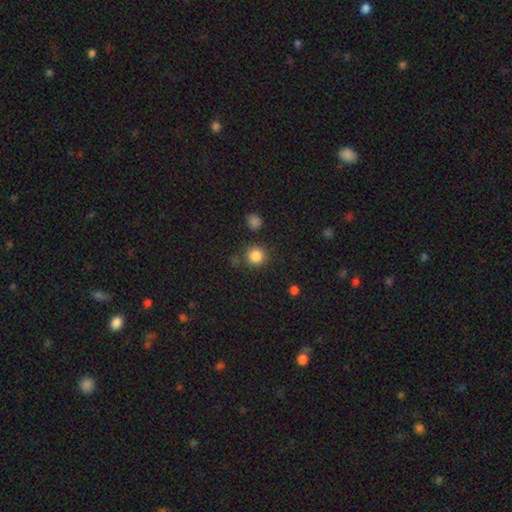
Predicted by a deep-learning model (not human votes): smooth_or_featured: smooth (p=0.85) [alt: star or artifact p=0.11]
how_rounded: round (p=0.92) [alt: in between p=0.08]
merging: none (p=0.80) [alt: minor disturbance p=0.10]